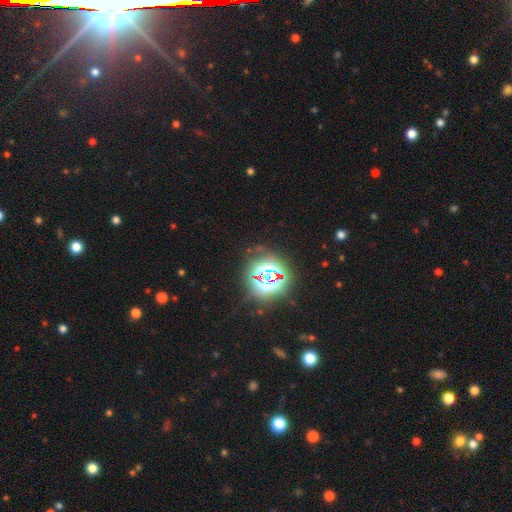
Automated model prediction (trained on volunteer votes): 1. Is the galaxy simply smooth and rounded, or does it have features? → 80% star or artifact, 13% smooth, 7% featured or disk.